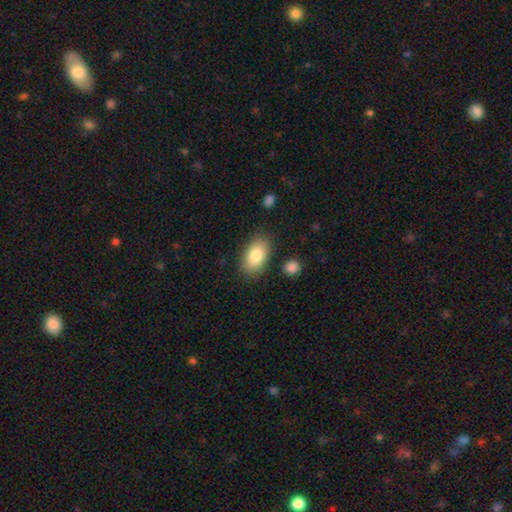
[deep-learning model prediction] Q: Smooth or featured?
A: smooth (83%); runner-up: featured or disk (11%)
Q: How rounded?
A: in between (93%); runner-up: round (6%)
Q: Merging?
A: none (83%); runner-up: minor disturbance (11%)